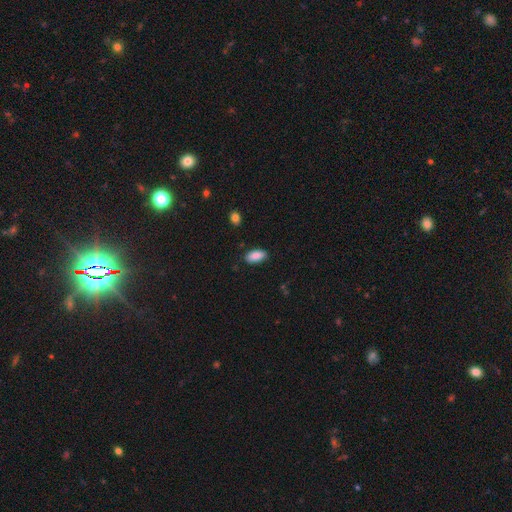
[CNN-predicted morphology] smooth-or-featured: smooth: 89% | star or artifact: 7% | featured or disk: 5%
  how-rounded: in between: 91% | cigar-shaped: 7% | round: 2%
  merging: none: 86% | minor disturbance: 11% | major disturbance: 2% | merger: 1%